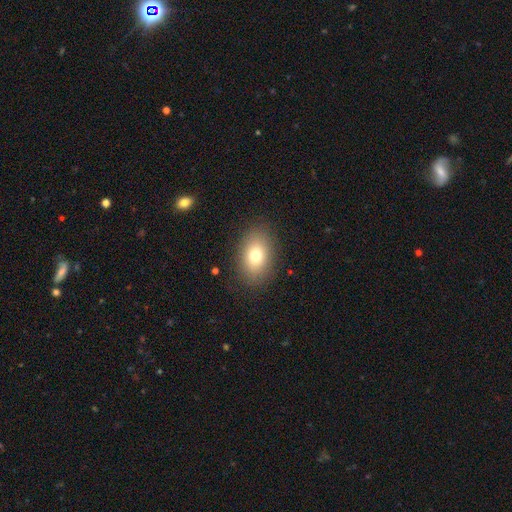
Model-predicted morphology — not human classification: Smooth or featured: smooth — 76% (featured or disk — 13%)
How rounded: in between — 81% (round — 17%)
Merging: none — 86% (minor disturbance — 9%)